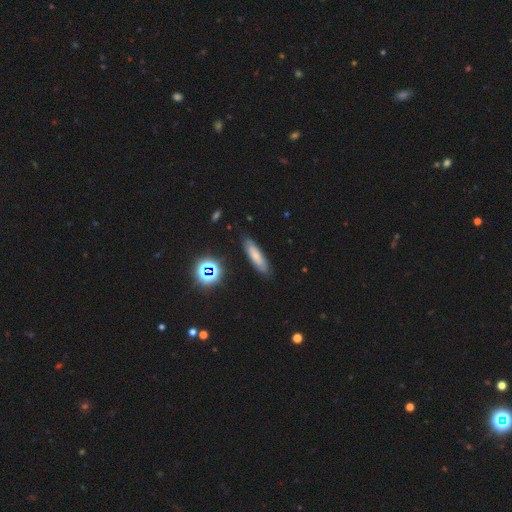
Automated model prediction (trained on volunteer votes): Morphology: type=smooth (63%); roundness=cigar-shaped (66%); merging=none (84%).